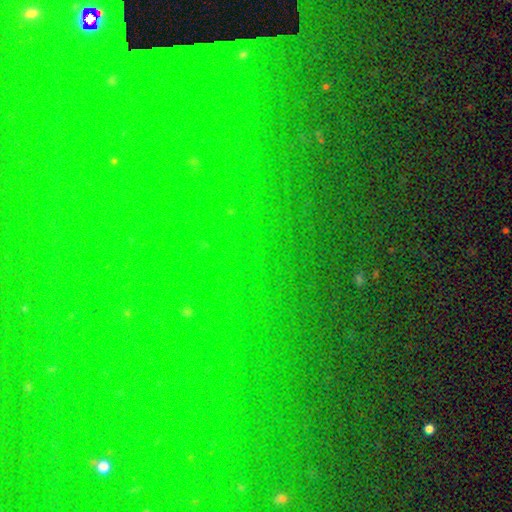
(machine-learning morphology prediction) A star or artifact, not a galaxy (80%).

Vote fractions:
- Smooth or featured? star or artifact: 80% / smooth: 12% / featured or disk: 8%